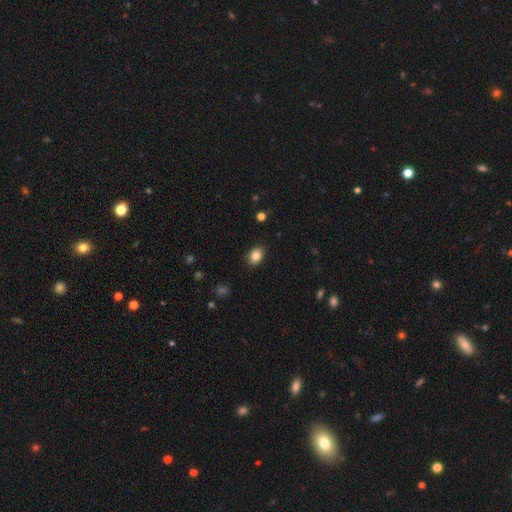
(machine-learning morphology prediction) A smooth galaxy with no disk features (84%) that is in between round and cigar-shaped (77%). Merging: none (87%).